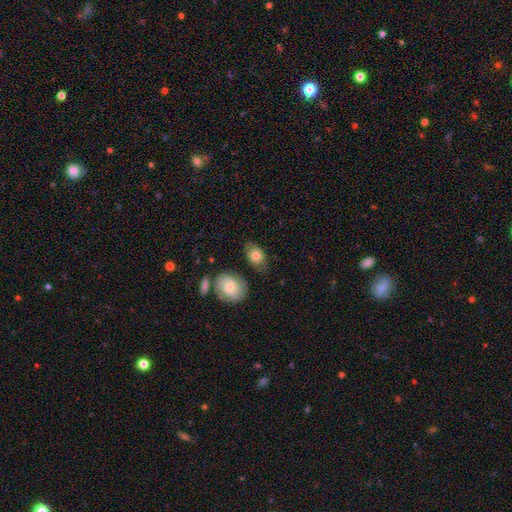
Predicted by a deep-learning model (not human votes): A smooth galaxy with no disk features (71%) that is in between round and cigar-shaped (81%). Merging: none (69%).